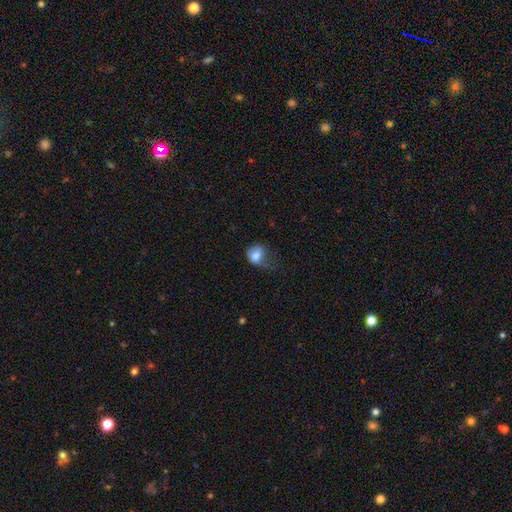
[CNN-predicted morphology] smooth 76%, featured or disk 15%, star or artifact 9%. Down the decision tree: how rounded — in between (53%); merging — major disturbance (41%).